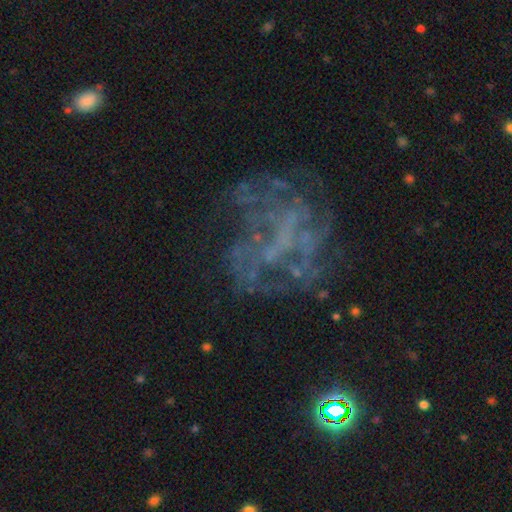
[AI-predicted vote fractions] Smooth or featured? featured or disk (67%)
Edge-on disk? no (98%)
Bar? no (72%)
Spiral arms? no (61%)
Bulge size? none (73%)
Merging? none (51%)